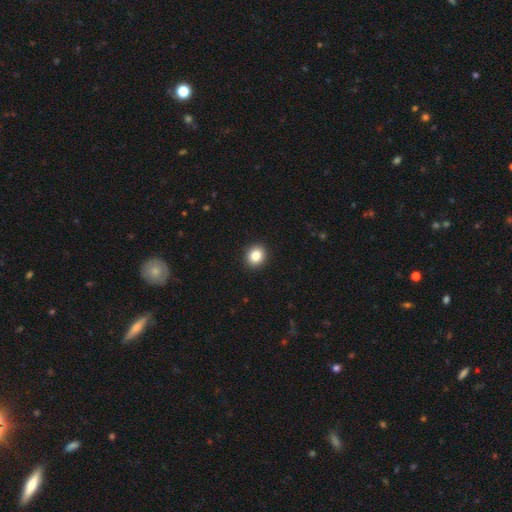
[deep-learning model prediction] smooth-or-featured: smooth: 85% | star or artifact: 10% | featured or disk: 6%
  how-rounded: round: 78% | in between: 22% | cigar-shaped: 1%
  merging: none: 93% | minor disturbance: 5% | major disturbance: 2% | merger: 1%